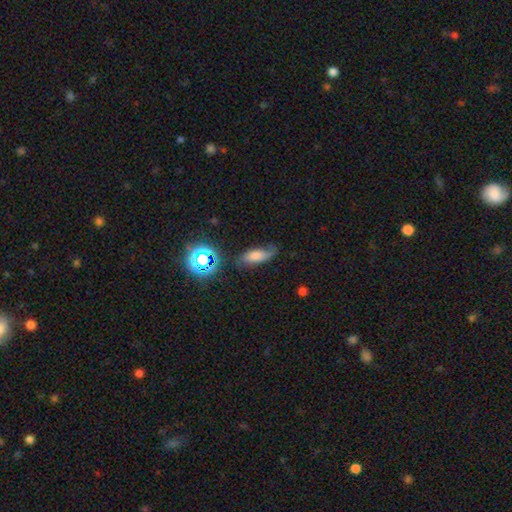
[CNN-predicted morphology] This appears to be a smooth galaxy with no disk features (65%) that is in between round and cigar-shaped (69%). Merging: none (61%).